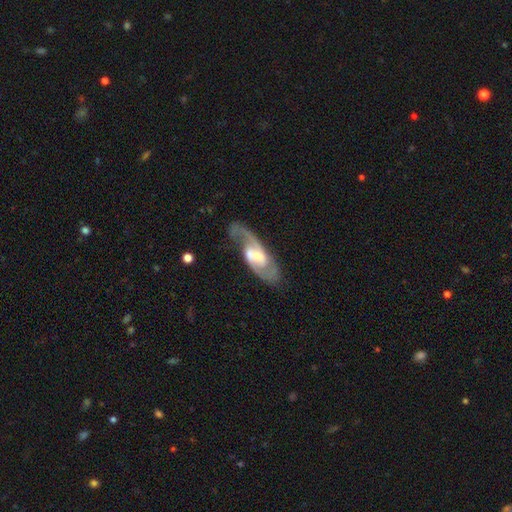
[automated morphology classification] Smooth or featured?
  - featured or disk: 86% *
  - smooth: 9%
  - star or artifact: 5%
Edge-on disk?
  - no: 94% *
  - yes: 6%
Bar?
  - weak: 49% *
  - strong: 29%
  - no: 23%
Spiral arms?
  - yes: 95% *
  - no: 5%
Spiral winding?
  - medium: 52% *
  - loose: 29%
  - tight: 19%
Spiral arm count?
  - 2: 86% *
  - 1: 6%
  - can't tell: 4%
  - 3: 1%
  - 4: 1%
  - more than 4: 1%
Bulge size?
  - moderate: 45% *
  - small: 35%
  - large: 12%
  - none: 7%
  - dominant: 2%
Merging?
  - none: 66% *
  - minor disturbance: 17%
  - major disturbance: 13%
  - merger: 3%